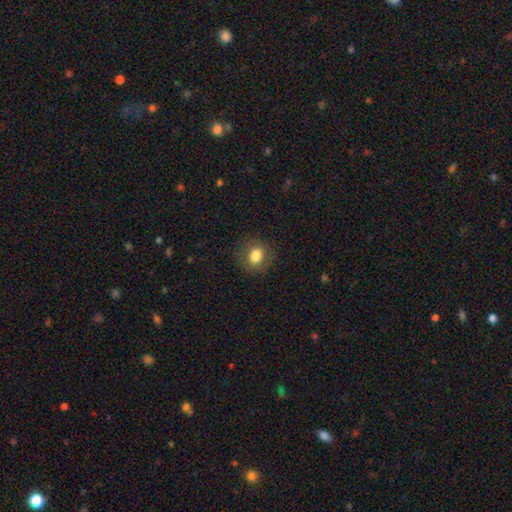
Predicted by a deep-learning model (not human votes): A smooth galaxy with no disk features (81%) that is round (70%). Merging: none (85%).